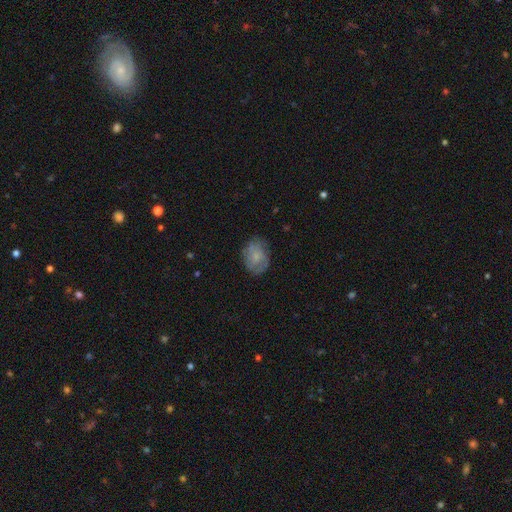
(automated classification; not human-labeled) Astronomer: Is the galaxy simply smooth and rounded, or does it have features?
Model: smooth — 52% (runner-up: featured or disk, 40%).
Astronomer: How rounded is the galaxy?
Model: in between — 64%.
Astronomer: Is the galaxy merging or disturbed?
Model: none — 69%.